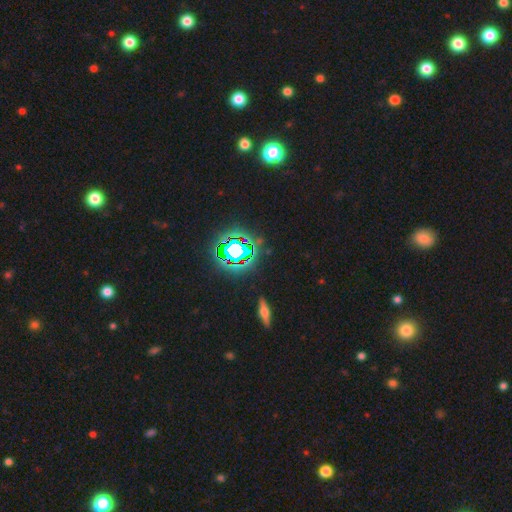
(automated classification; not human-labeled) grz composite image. It shows a star or artifact, not a galaxy (80%).